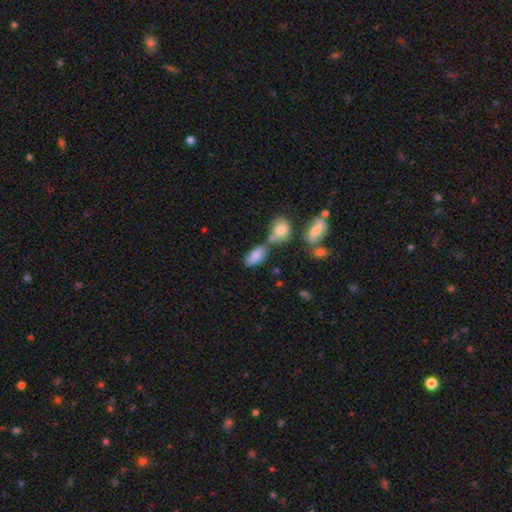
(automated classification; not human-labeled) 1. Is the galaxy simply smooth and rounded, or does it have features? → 81% smooth, 11% featured or disk, 9% star or artifact.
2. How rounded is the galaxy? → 89% in between, 6% cigar-shaped, 4% round.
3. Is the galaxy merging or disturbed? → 52% none, 25% merger, 18% minor disturbance, 6% major disturbance.